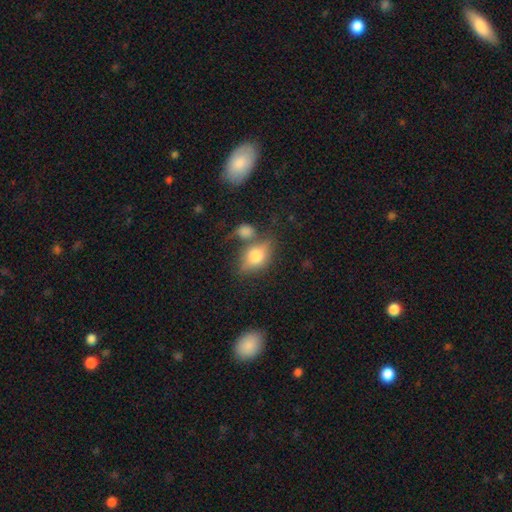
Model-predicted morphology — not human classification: This appears to be a smooth galaxy with no disk features (55%) that is in between round and cigar-shaped (72%). Merging: none (53%).